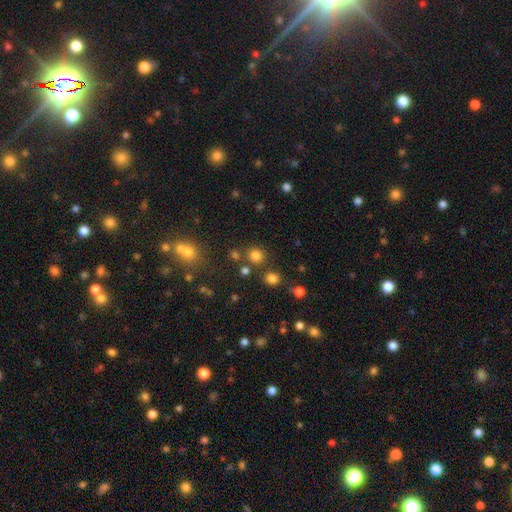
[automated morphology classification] This appears to be a smooth galaxy with no disk features (77%) that is round (88%). Merging: none (78%).